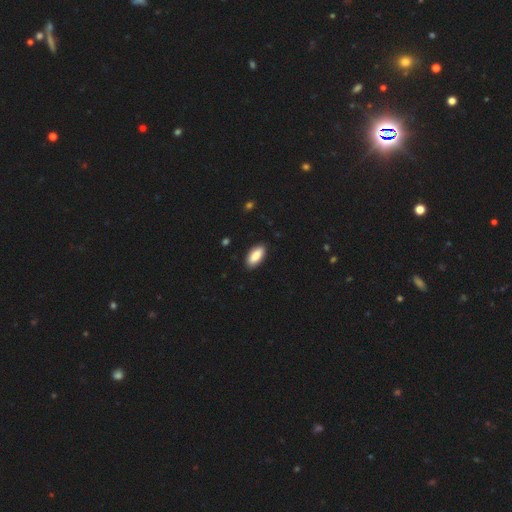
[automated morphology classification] Q: Smooth or featured?
A: smooth (88%); runner-up: featured or disk (6%)
Q: How rounded?
A: in between (90%); runner-up: cigar-shaped (8%)
Q: Merging?
A: none (88%); runner-up: minor disturbance (9%)